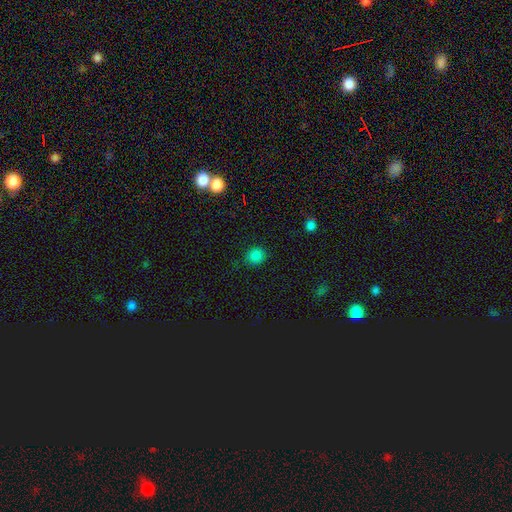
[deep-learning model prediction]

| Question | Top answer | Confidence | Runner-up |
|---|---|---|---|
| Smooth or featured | smooth | 82% | star or artifact (14%) |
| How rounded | round | 81% | in between (18%) |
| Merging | none | 85% | minor disturbance (10%) |